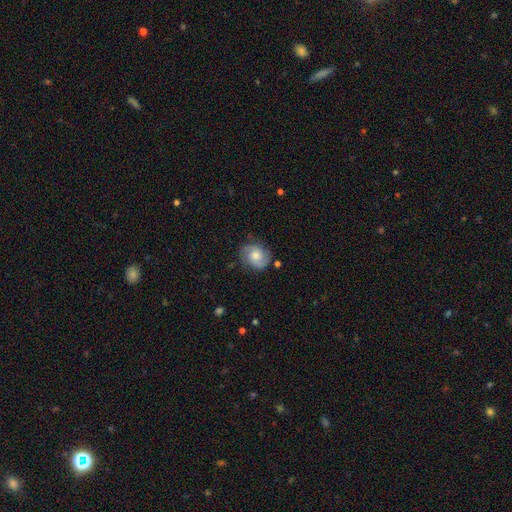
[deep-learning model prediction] This is likely a featured or disk galaxy (67%). It is clearly not viewed edge-on (97%). Bar: likely no (65%). Spiral arm pattern: clearly yes (93%). Spiral arm count: clearly 2 (86%). Spiral winding: possibly medium (47%). Central bulge: possibly moderate (59%). Merging: likely none (77%).